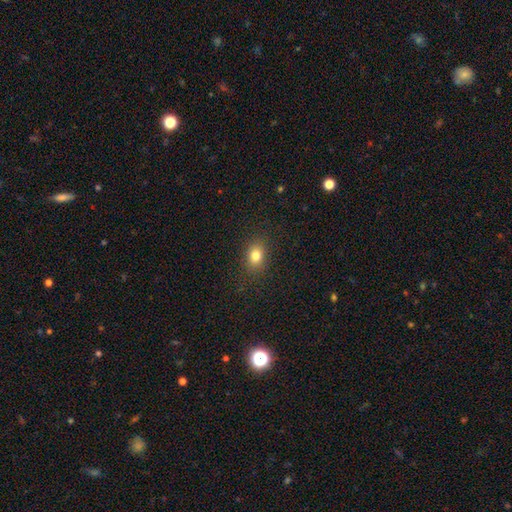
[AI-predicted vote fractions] This is clearly a smooth galaxy (81%). How rounded: likely in between (63%). Merging: clearly none (87%).